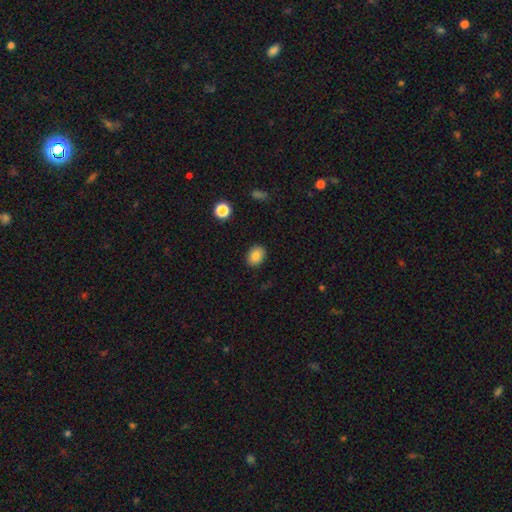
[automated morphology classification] This appears to be a smooth galaxy with no disk features (85%) that is in between round and cigar-shaped (68%). Merging: none (88%).